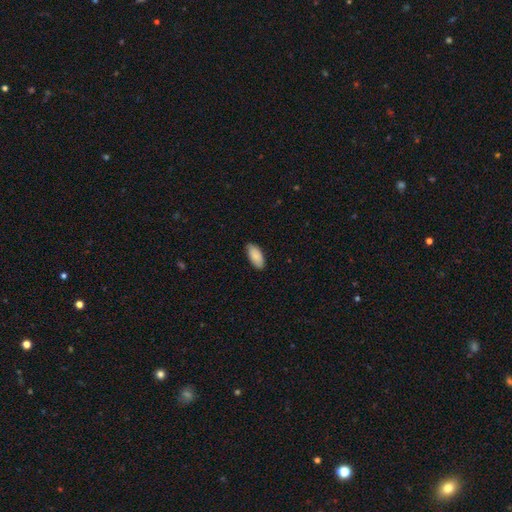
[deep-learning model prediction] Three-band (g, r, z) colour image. It shows a smooth galaxy with no disk features (89%) that is in between round and cigar-shaped (91%). Merging: none (83%).